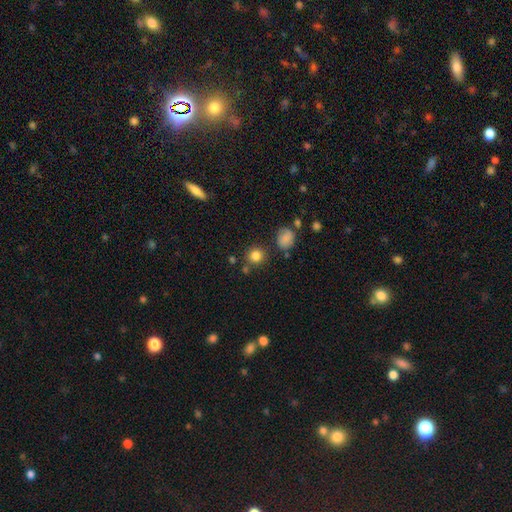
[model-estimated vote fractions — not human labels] Smooth or featured? smooth (82%)
How rounded? round (90%)
Merging? none (79%)